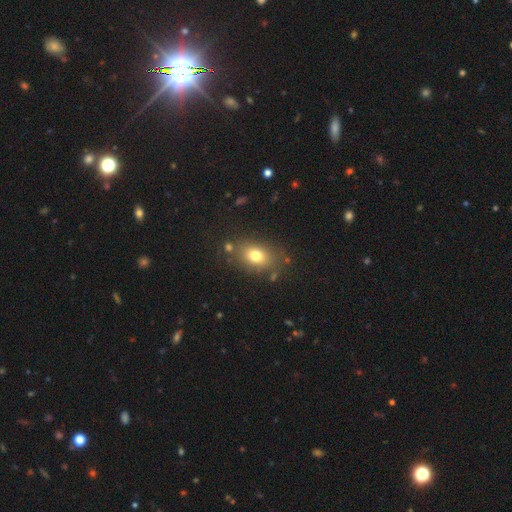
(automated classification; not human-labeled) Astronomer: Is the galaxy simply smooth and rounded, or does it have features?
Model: smooth — 76%.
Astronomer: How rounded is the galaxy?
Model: in between — 71%.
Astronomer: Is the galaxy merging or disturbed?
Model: none — 77%.